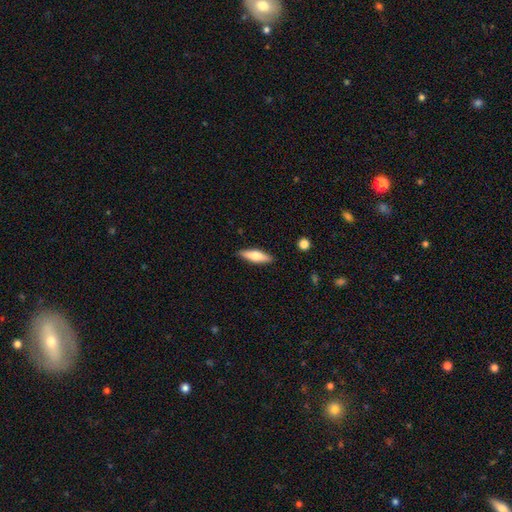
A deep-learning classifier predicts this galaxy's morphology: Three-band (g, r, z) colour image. It shows a smooth galaxy with no disk features (64%) that is cigar-shaped (60%). Merging: none (88%).